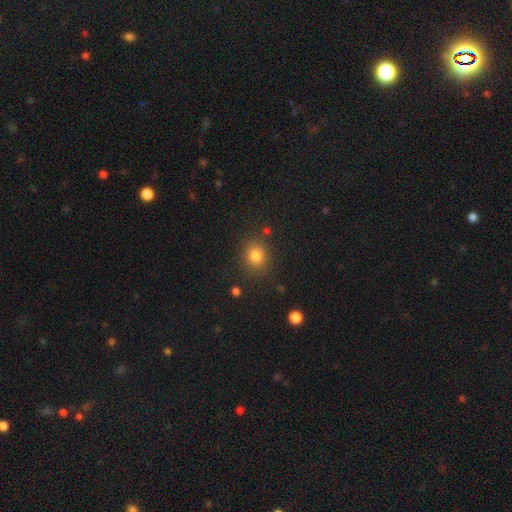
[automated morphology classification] A smooth galaxy with no disk features (81%) that is round (75%). Merging: none (84%).